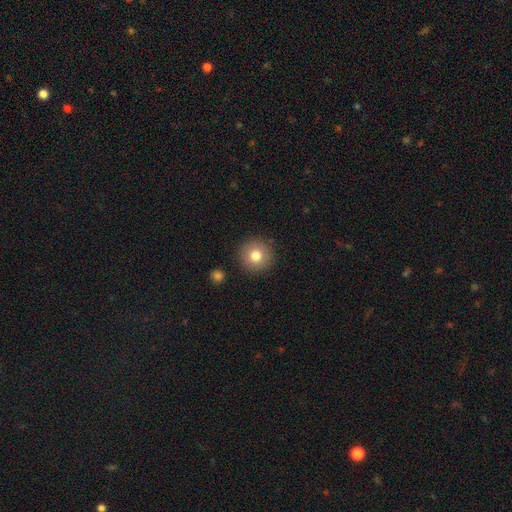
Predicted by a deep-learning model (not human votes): The model was most divided on "smooth or featured": smooth: 79%, featured or disk: 11%, star or artifact: 10%. More confident: how rounded — round (95%); merging — none (90%).